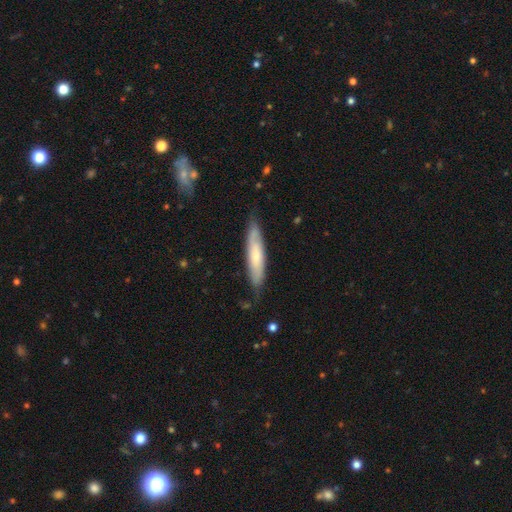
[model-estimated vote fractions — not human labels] smooth_or_featured: smooth (p=0.55) [alt: featured or disk p=0.39]
how_rounded: cigar-shaped (p=0.81) [alt: in between p=0.17]
merging: none (p=0.76) [alt: minor disturbance p=0.19]